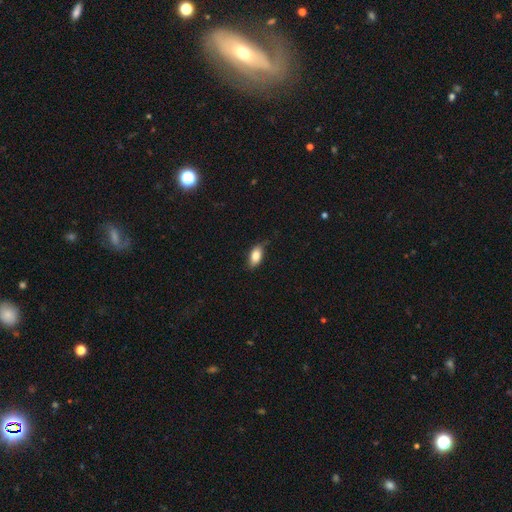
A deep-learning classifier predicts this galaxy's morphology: The model was most divided on "merging": none: 75%, minor disturbance: 21%, major disturbance: 4%, merger: 1%. More confident: how rounded — in between (89%); smooth or featured — smooth (83%).